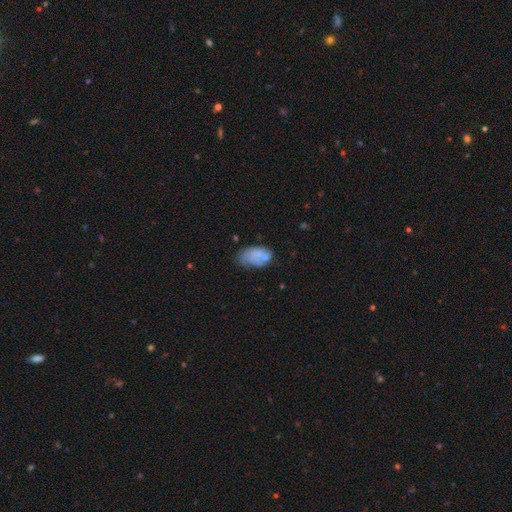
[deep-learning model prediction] Q: Smooth or featured?
A: smooth (62%); runner-up: featured or disk (29%)
Q: How rounded?
A: in between (90%); runner-up: round (8%)
Q: Merging?
A: none (35%); runner-up: minor disturbance (31%)